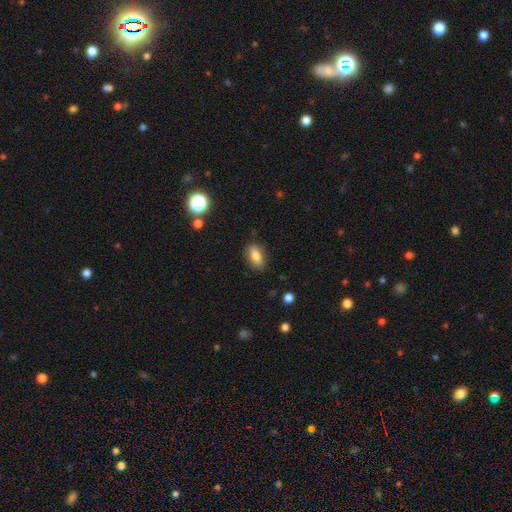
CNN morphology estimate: This appears to be a smooth galaxy with no disk features (80%) that is in between round and cigar-shaped (83%). Merging: none (84%).